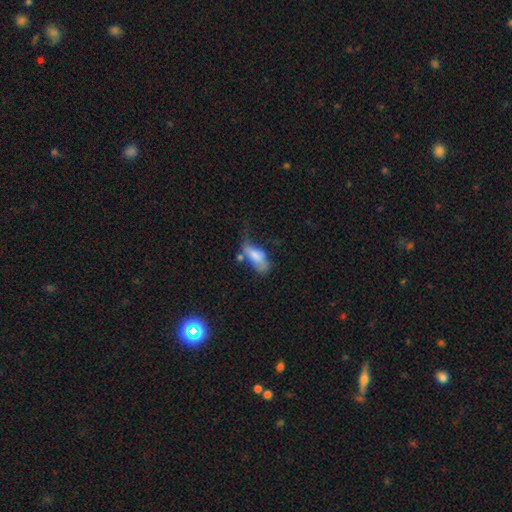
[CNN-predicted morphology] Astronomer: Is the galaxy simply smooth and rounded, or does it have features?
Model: smooth — 67%.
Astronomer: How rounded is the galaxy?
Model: in between — 84%.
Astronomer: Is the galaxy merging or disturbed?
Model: major disturbance — 31% (runner-up: minor disturbance, 29%).